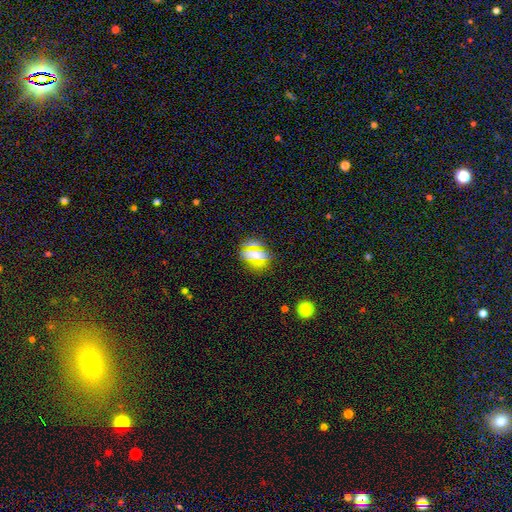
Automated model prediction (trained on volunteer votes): The model was most divided on "how rounded": in between: 64%, round: 30%, cigar-shaped: 6%. More confident: merging — none (76%); smooth or featured — smooth (66%).